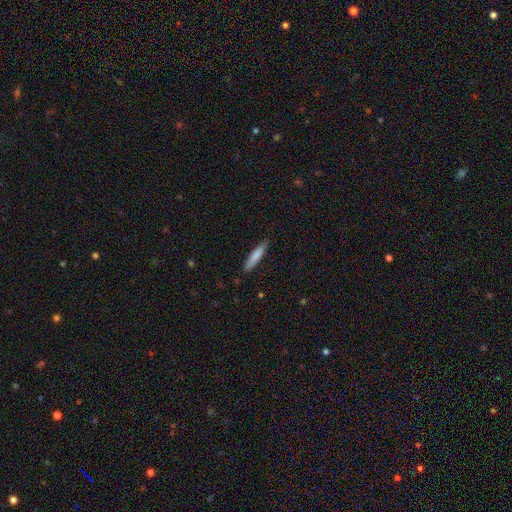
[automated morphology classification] This appears to be a smooth galaxy with no disk features (79%) that is cigar-shaped (88%). Merging: none (85%).